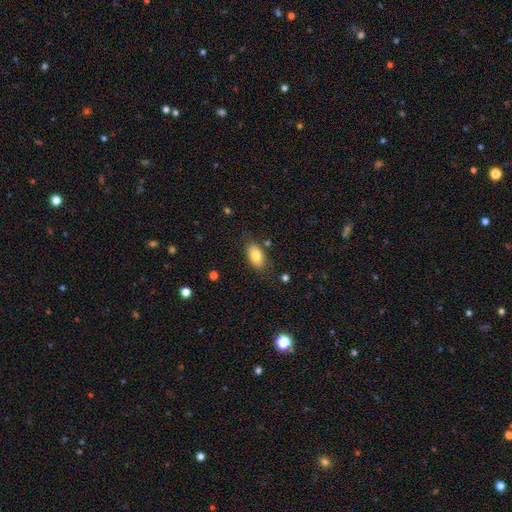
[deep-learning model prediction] Smooth or featured?
  - smooth: 79% *
  - featured or disk: 14%
  - star or artifact: 8%
How rounded?
  - in between: 91% *
  - round: 7%
  - cigar-shaped: 2%
Merging?
  - none: 80% *
  - minor disturbance: 14%
  - major disturbance: 4%
  - merger: 3%